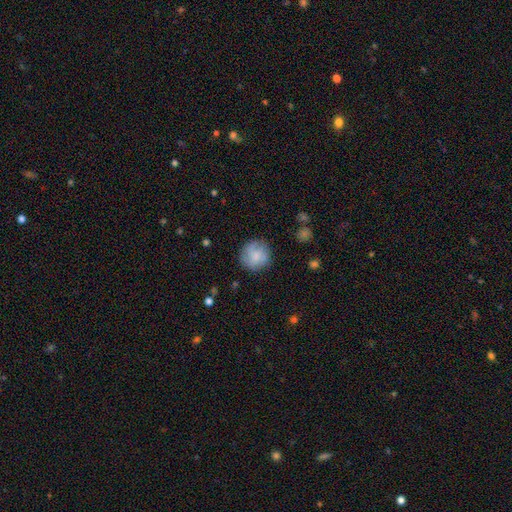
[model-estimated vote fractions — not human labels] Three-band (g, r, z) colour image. It shows a smooth galaxy with no disk features (73%) that is round (92%). Merging: none (79%).